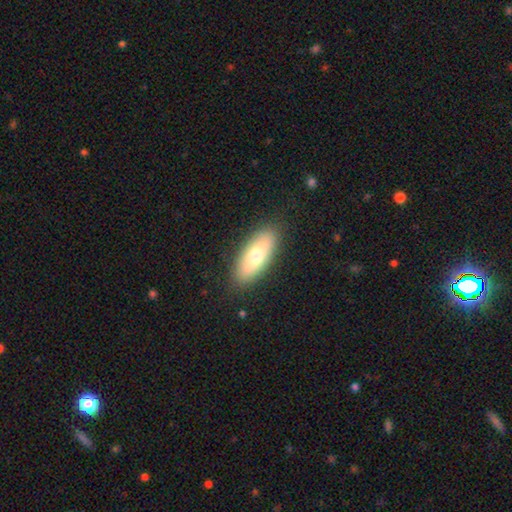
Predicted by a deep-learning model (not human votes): smooth_or_featured: smooth (p=0.71) [alt: featured or disk p=0.23]
how_rounded: in between (p=0.76) [alt: cigar-shaped p=0.21]
merging: none (p=0.88) [alt: minor disturbance p=0.09]